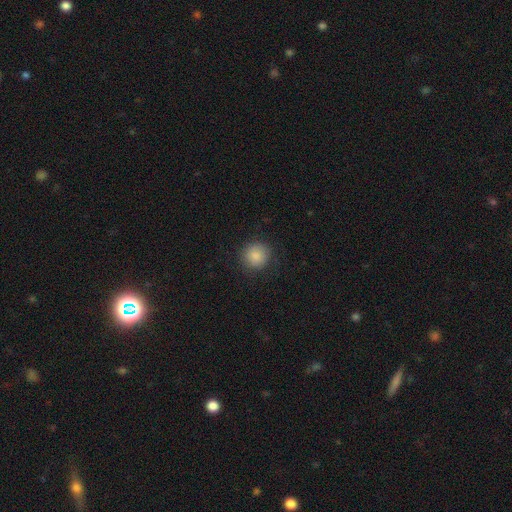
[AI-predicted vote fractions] smooth_or_featured: smooth (p=0.87) [alt: star or artifact p=0.09]
how_rounded: round (p=0.92) [alt: in between p=0.07]
merging: none (p=0.87) [alt: minor disturbance p=0.09]